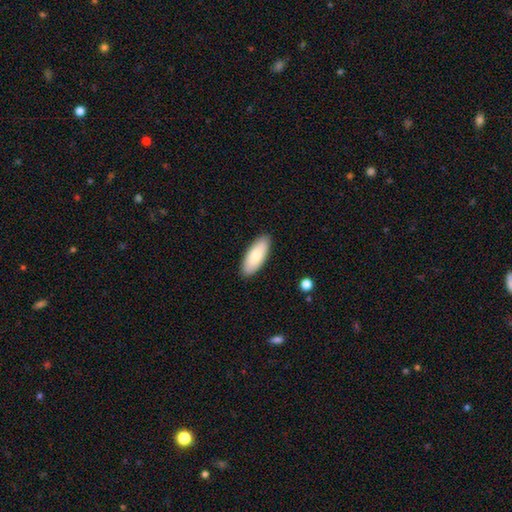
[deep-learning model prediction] Smooth or featured? smooth (82%)
How rounded? in between (79%)
Merging? none (89%)